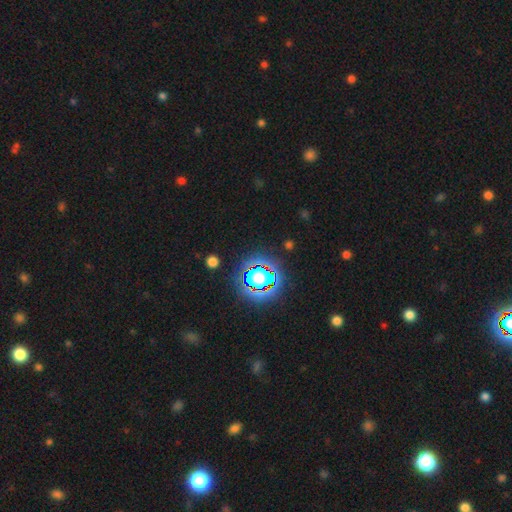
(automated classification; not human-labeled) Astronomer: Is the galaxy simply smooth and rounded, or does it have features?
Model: star or artifact — 83%.